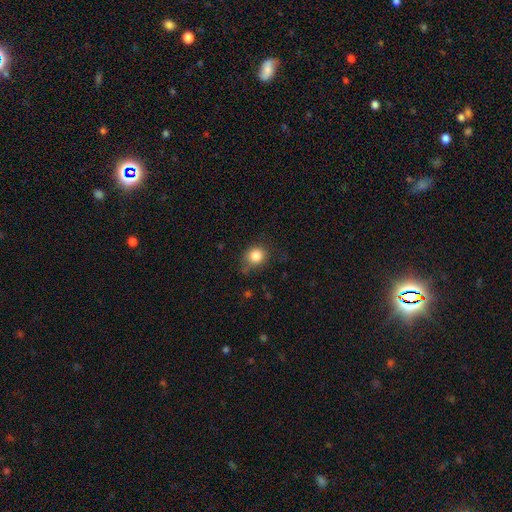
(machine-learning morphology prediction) Smooth or featured? smooth (84%)
How rounded? round (79%)
Merging? none (71%)